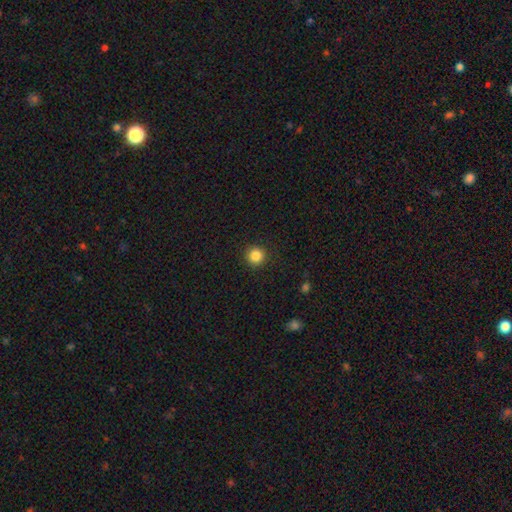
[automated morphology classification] This appears to be a smooth galaxy with no disk features (86%) that is round (95%). Merging: none (92%).